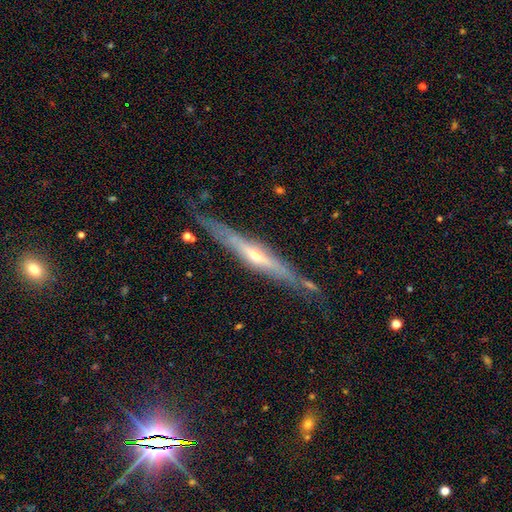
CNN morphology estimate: Smooth or featured? featured or disk (78%)
Edge-on disk? yes (93%)
Edge-on bulge? rounded (71%)
Merging? none (80%)